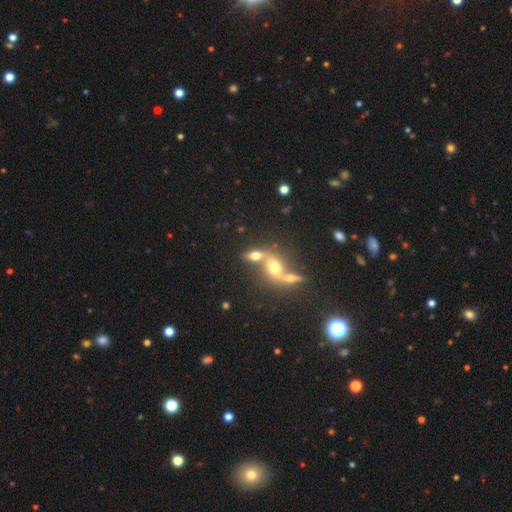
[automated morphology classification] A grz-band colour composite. It shows a smooth galaxy with no disk features (63%) that is in between round and cigar-shaped (68%). Merging: merger (57%).